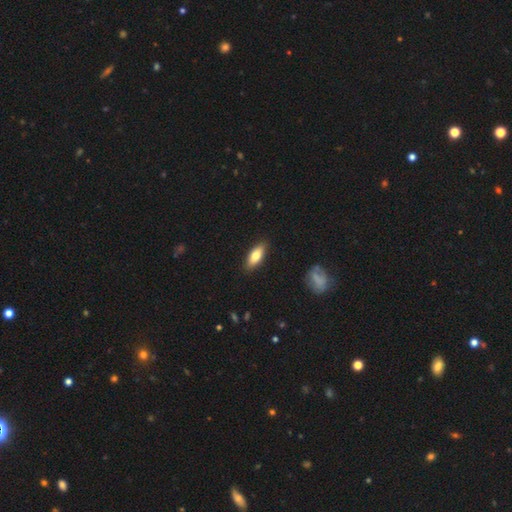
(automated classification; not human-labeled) A smooth galaxy with no disk features (75%) that is in between round and cigar-shaped (72%). Merging: none (87%).